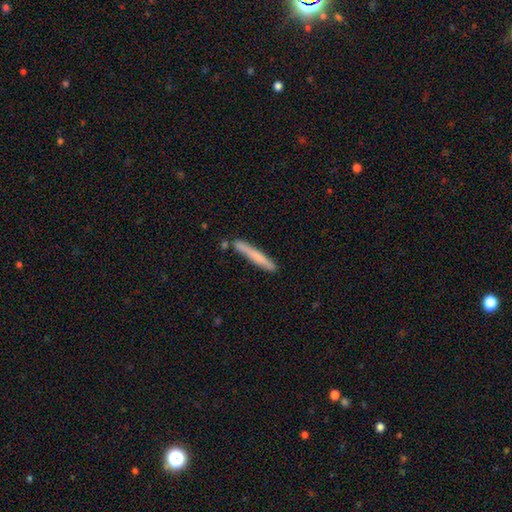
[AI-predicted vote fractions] Smooth or featured? Predicted: smooth (p=0.68). How rounded? Predicted: cigar-shaped (p=0.96). Merging? Predicted: none (p=0.82).